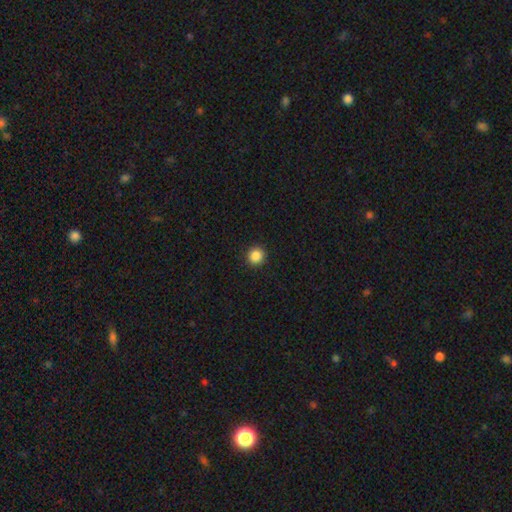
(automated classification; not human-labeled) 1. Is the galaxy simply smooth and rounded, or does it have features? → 87% smooth, 10% star or artifact, 3% featured or disk.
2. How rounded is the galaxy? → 94% round, 5% in between, 1% cigar-shaped.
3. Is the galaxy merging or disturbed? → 93% none, 4% minor disturbance, 2% major disturbance, 1% merger.